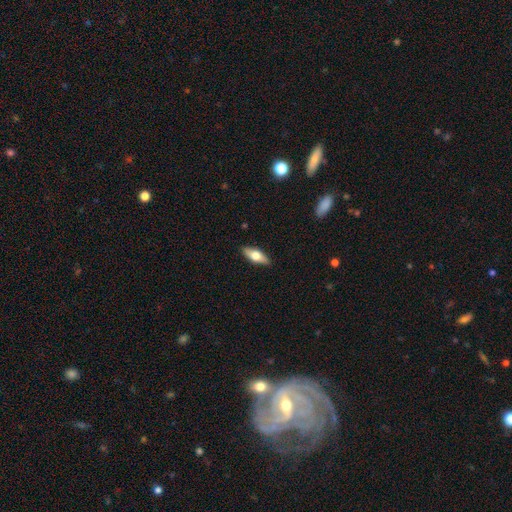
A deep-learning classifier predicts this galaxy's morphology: This appears to be a smooth galaxy with no disk features (55%) that is in between round and cigar-shaped (70%). Merging: none (88%).